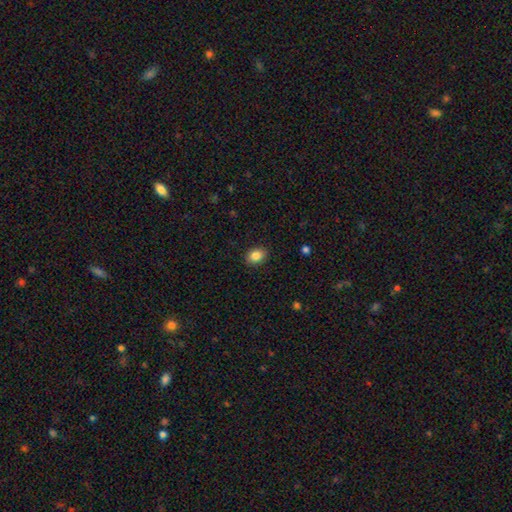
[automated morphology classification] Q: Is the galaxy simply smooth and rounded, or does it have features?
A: smooth — 85%.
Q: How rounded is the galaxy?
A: in between — 64%.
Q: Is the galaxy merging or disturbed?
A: none — 88%.